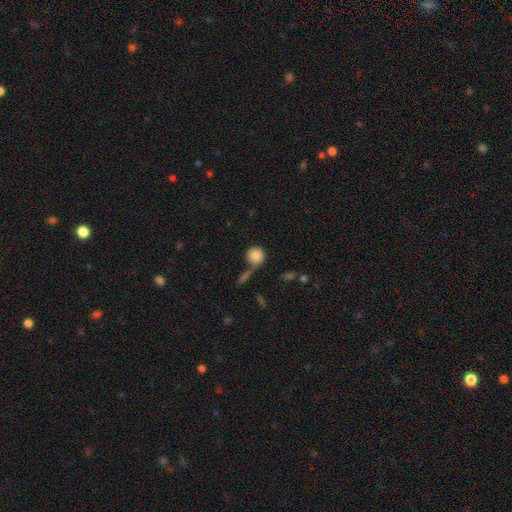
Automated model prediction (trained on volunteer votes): Smooth or featured: smooth — 84% (star or artifact — 8%)
How rounded: round — 89% (in between — 9%)
Merging: none — 54% (merger — 21%)